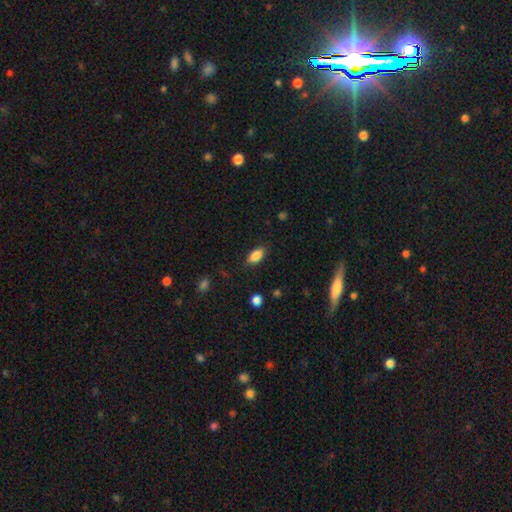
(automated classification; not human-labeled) Smooth or featured: smooth — 86% (star or artifact — 8%)
How rounded: in between — 89% (cigar-shaped — 6%)
Merging: none — 83% (minor disturbance — 12%)